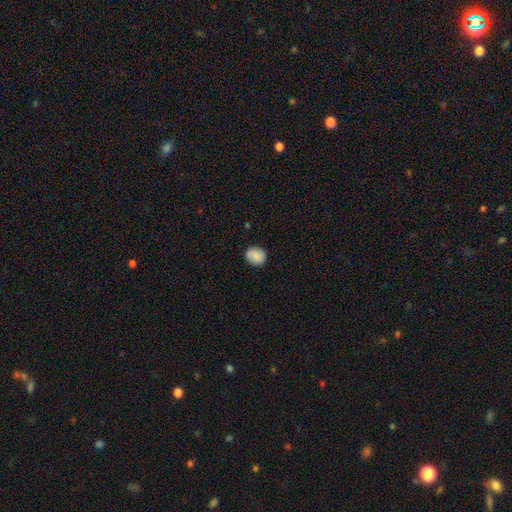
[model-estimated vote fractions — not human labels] The model was most divided on "how rounded": round: 67%, in between: 32%, cigar-shaped: 1%. More confident: merging — none (86%); smooth or featured — smooth (81%).